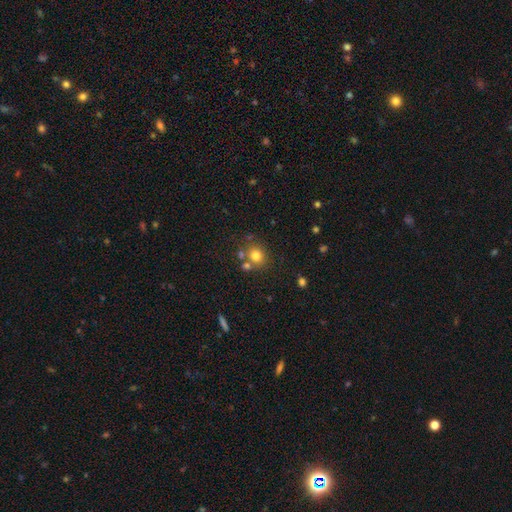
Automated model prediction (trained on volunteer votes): smooth 77%, star or artifact 14%, featured or disk 9%. Down the decision tree: how rounded — round (81%); merging — none (67%).